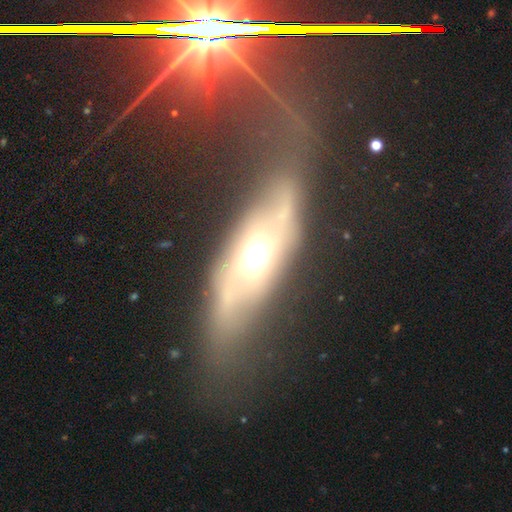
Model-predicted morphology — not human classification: A featured or disk galaxy (69%). Merging: none (47%).